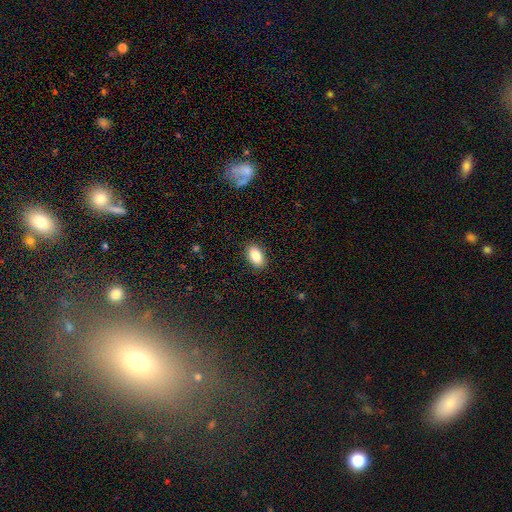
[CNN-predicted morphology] Smooth or featured? Predicted: smooth (p=0.86). How rounded? Predicted: in between (p=0.93). Merging? Predicted: none (p=0.90).